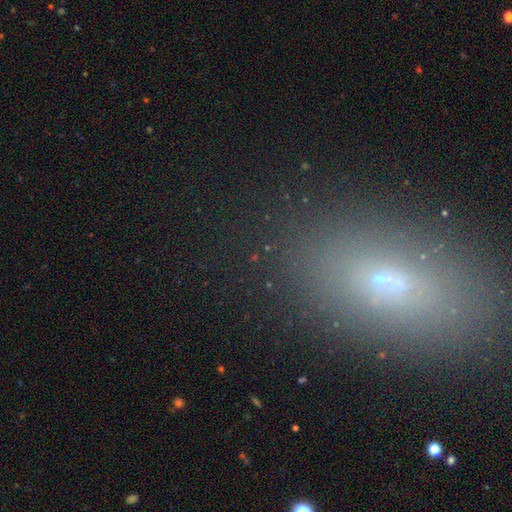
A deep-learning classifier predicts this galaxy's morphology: A smooth galaxy with no disk features (45%). Merging: none (75%).